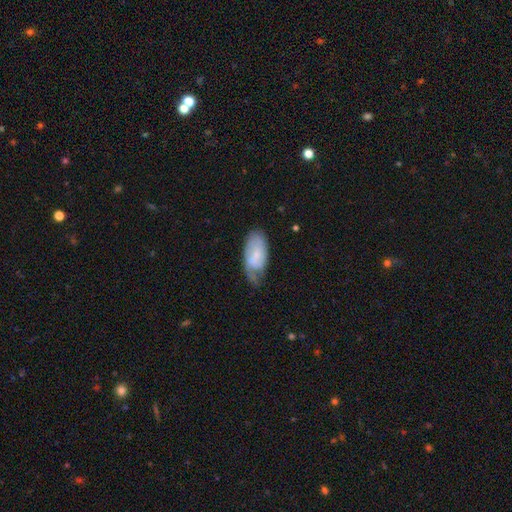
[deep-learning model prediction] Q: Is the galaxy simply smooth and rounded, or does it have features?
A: smooth — 52%.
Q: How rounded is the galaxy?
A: in between — 90%.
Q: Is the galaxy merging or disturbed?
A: none — 40%, tied with minor disturbance.